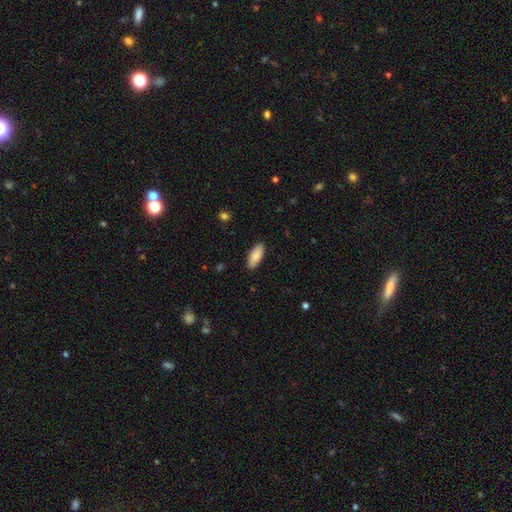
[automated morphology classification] Q: Smooth or featured?
A: smooth (84%); runner-up: featured or disk (10%)
Q: How rounded?
A: in between (80%); runner-up: cigar-shaped (18%)
Q: Merging?
A: none (89%); runner-up: minor disturbance (9%)